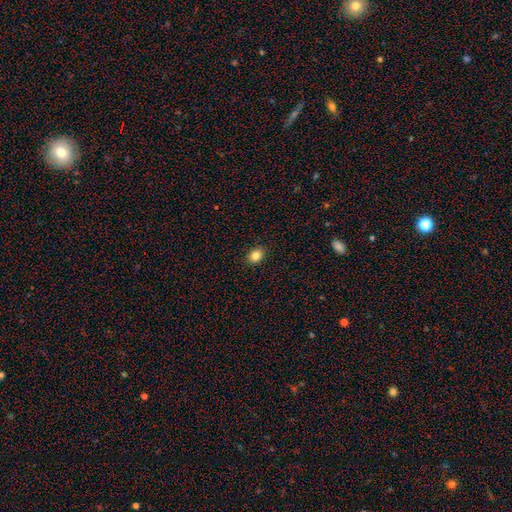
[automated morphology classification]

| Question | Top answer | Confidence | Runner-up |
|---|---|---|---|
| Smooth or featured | smooth | 84% | star or artifact (11%) |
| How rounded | in between | 51% | round (48%) |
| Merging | none | 90% | minor disturbance (7%) |